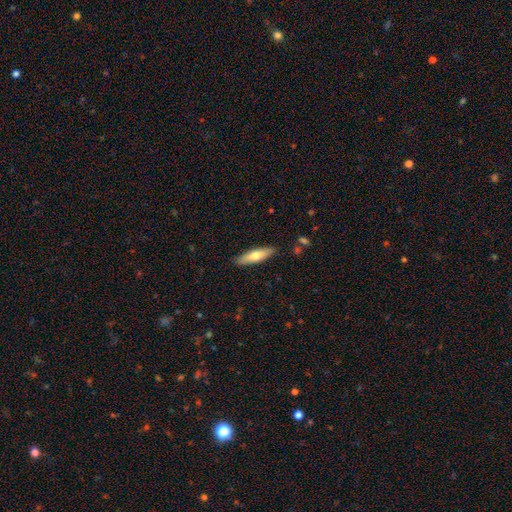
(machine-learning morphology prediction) A smooth galaxy with no disk features (64%) that is cigar-shaped (66%).

Vote fractions:
- Smooth or featured? smooth: 64% / featured or disk: 30% / star or artifact: 6%
- How rounded? cigar-shaped: 66% / in between: 33% / round: 2%
- Merging? none: 88% / minor disturbance: 9% / major disturbance: 2% / merger: 1%